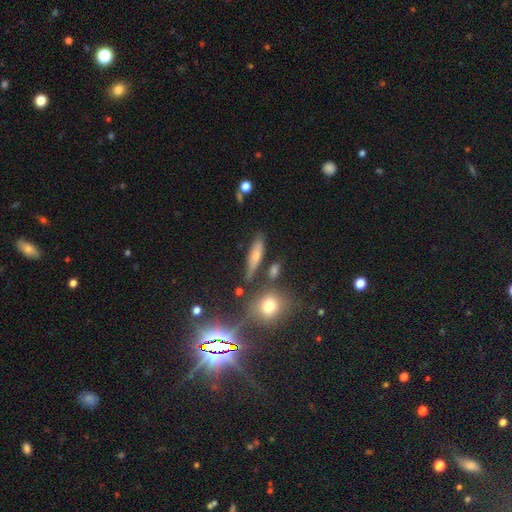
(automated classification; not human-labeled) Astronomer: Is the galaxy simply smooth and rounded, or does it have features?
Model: smooth — 48% (runner-up: featured or disk, 30%).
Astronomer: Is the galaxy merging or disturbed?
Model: none — 78%.